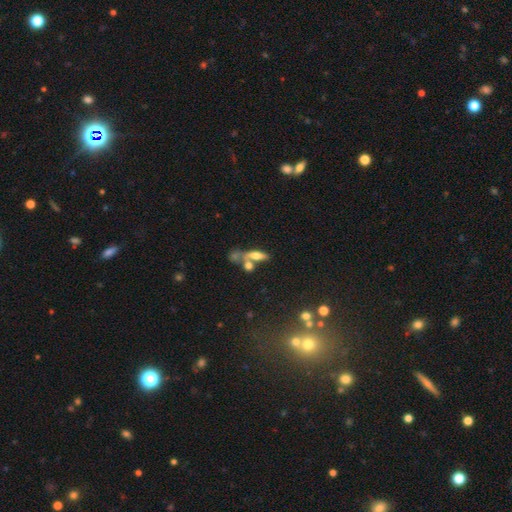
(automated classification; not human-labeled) Q: Smooth or featured?
A: smooth (53%); runner-up: featured or disk (35%)
Q: How rounded?
A: in between (52%); runner-up: cigar-shaped (42%)
Q: Merging?
A: merger (39%); runner-up: none (38%)